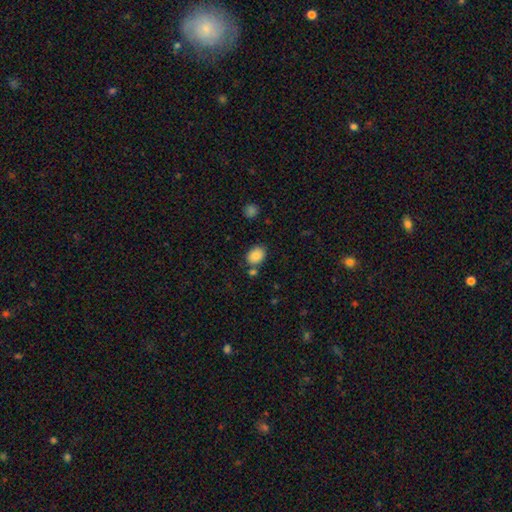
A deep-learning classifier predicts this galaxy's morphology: A smooth galaxy with no disk features (85%) that is in between round and cigar-shaped (61%). Merging: none (73%).